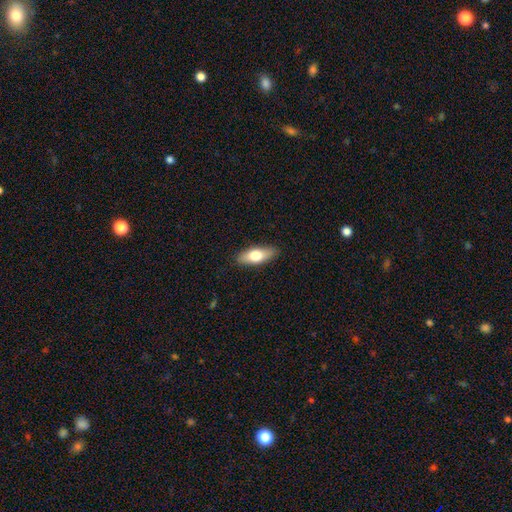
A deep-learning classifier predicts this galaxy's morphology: This appears to be a smooth galaxy with no disk features (70%) that is in between round and cigar-shaped (74%). Merging: none (87%).